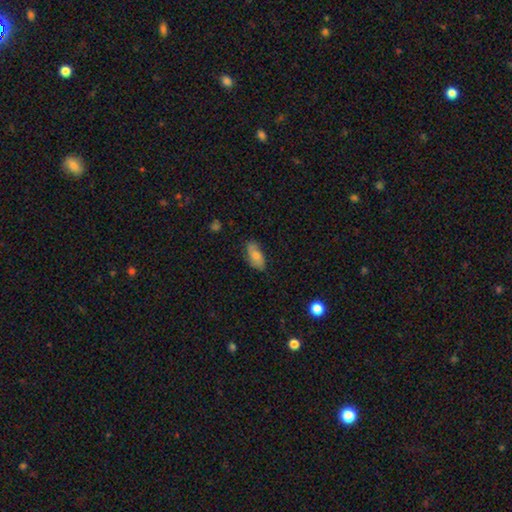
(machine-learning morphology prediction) The model was most divided on "merging": none: 70%, minor disturbance: 23%, major disturbance: 5%, merger: 2%. More confident: how rounded — in between (91%); smooth or featured — smooth (71%).